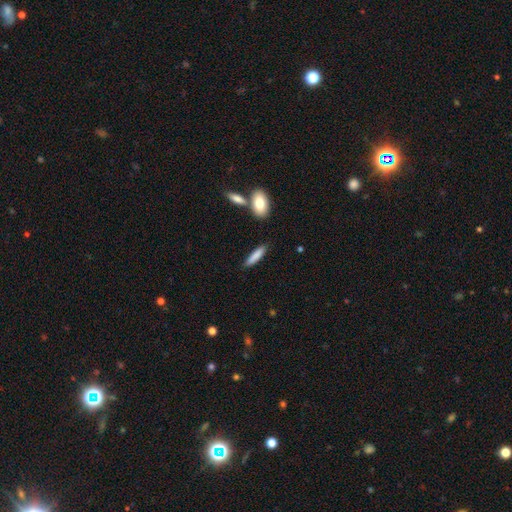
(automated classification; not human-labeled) A smooth galaxy with no disk features (82%) that is cigar-shaped (77%). Merging: none (82%).